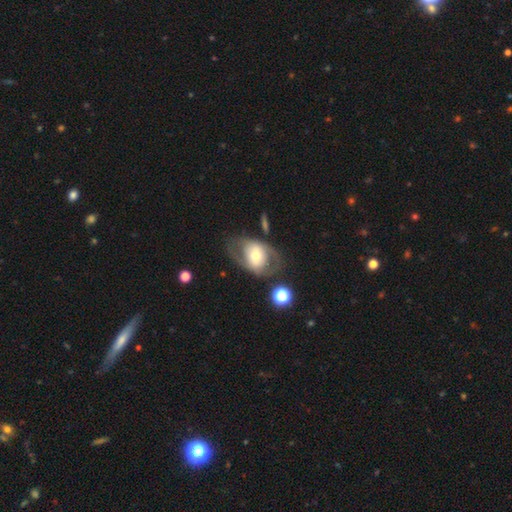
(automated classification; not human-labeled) Smooth or featured: featured or disk — 54% (smooth — 39%)
Edge-on disk: no — 92% (yes — 8%)
Merging: none — 62% (minor disturbance — 17%)